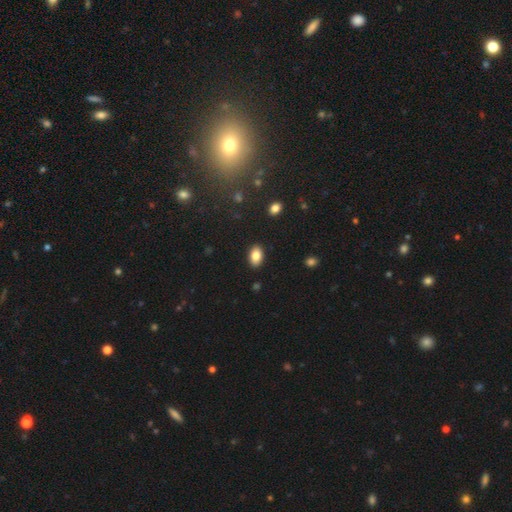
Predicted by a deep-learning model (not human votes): A smooth galaxy with no disk features (84%) that is in between round and cigar-shaped (91%). Merging: none (89%).